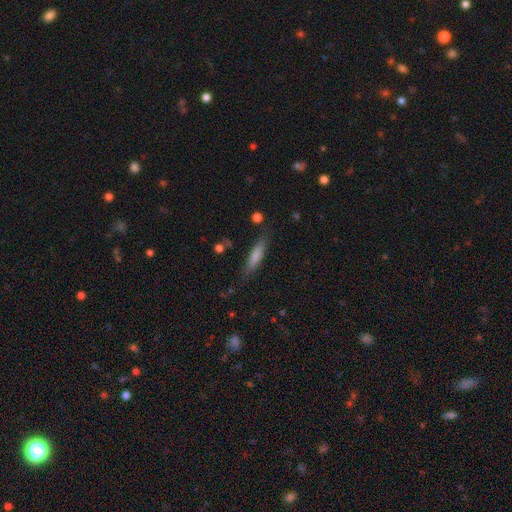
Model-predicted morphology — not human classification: smooth_or_featured: smooth (p=0.76) [alt: featured or disk p=0.18]
how_rounded: cigar-shaped (p=0.77) [alt: in between p=0.21]
merging: none (p=0.80) [alt: minor disturbance p=0.14]